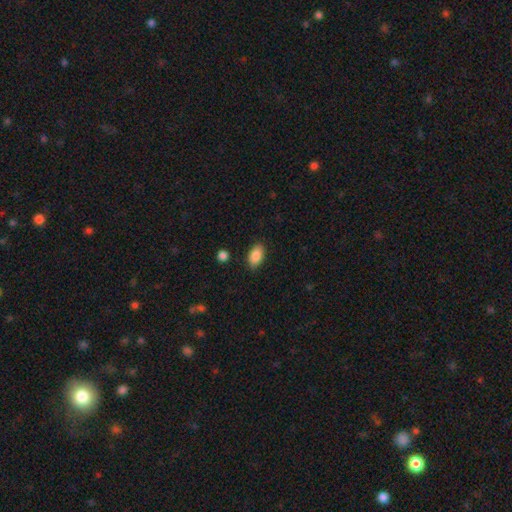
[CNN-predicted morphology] A smooth galaxy with no disk features (88%) that is in between round and cigar-shaped (92%).

Vote fractions:
- Smooth or featured? smooth: 88% / star or artifact: 7% / featured or disk: 5%
- How rounded? in between: 92% / round: 5% / cigar-shaped: 3%
- Merging? none: 86% / minor disturbance: 10% / major disturbance: 2% / merger: 2%